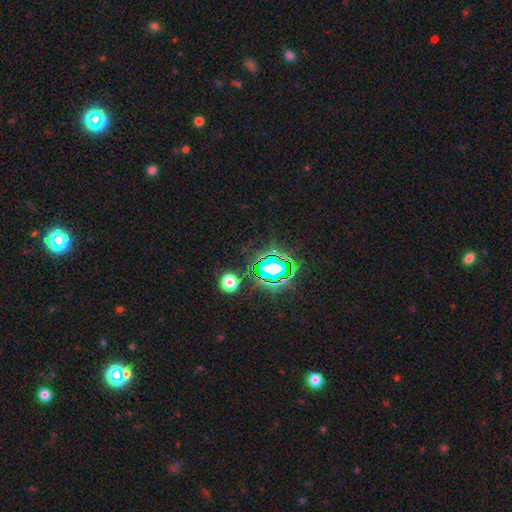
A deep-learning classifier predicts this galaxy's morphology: Q: Smooth or featured?
A: star or artifact (80%); runner-up: smooth (13%)